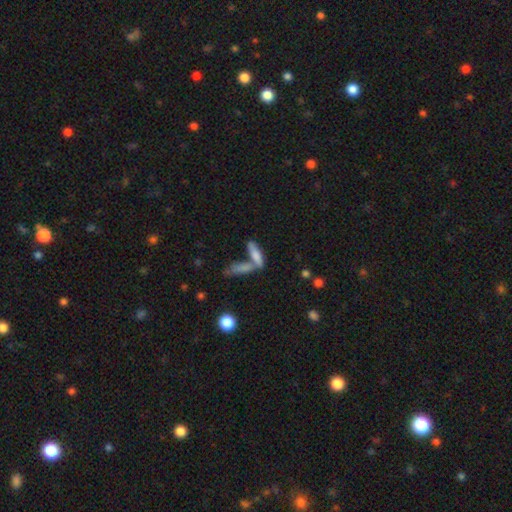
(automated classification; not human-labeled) smooth 71%, featured or disk 21%, star or artifact 9%. Down the decision tree: how rounded — cigar-shaped (59%); merging — merger (46%).